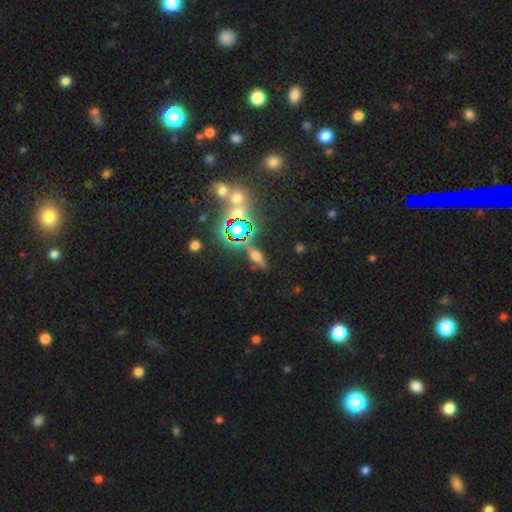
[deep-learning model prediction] smooth-or-featured: featured or disk: 36% | smooth: 33% | star or artifact: 31%
  merging: none: 76% | minor disturbance: 12% | merger: 7% | major disturbance: 5%